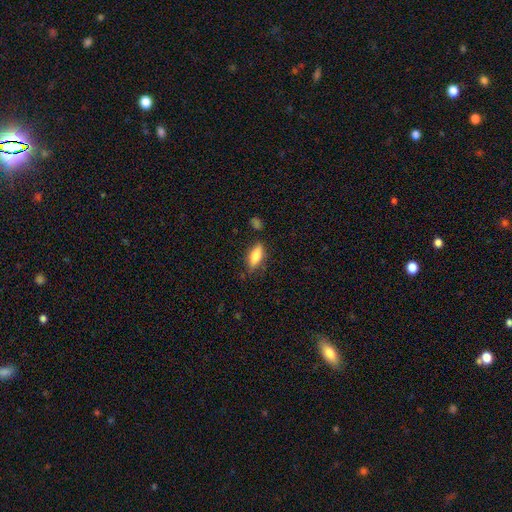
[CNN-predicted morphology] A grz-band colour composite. It shows a smooth galaxy with no disk features (80%) that is in between round and cigar-shaped (72%). Merging: none (73%).